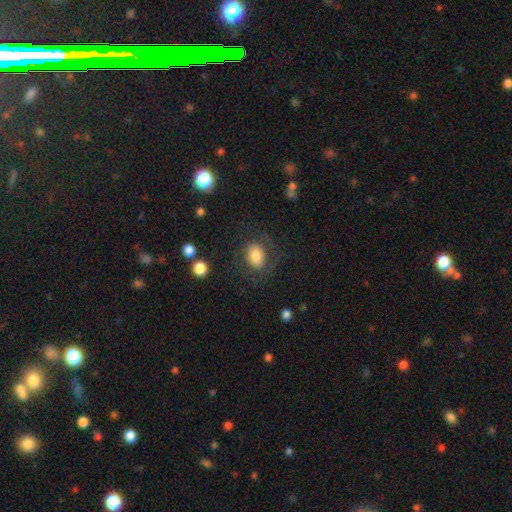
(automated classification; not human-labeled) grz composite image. It shows a smooth galaxy with no disk features (71%) that is in between round and cigar-shaped (65%). Merging: none (66%).